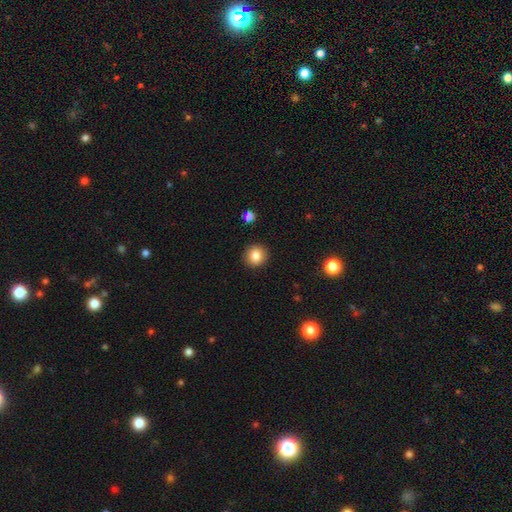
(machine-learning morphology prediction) The model was most divided on "smooth or featured": smooth: 85%, star or artifact: 10%, featured or disk: 5%. More confident: merging — none (91%); how rounded — round (88%).